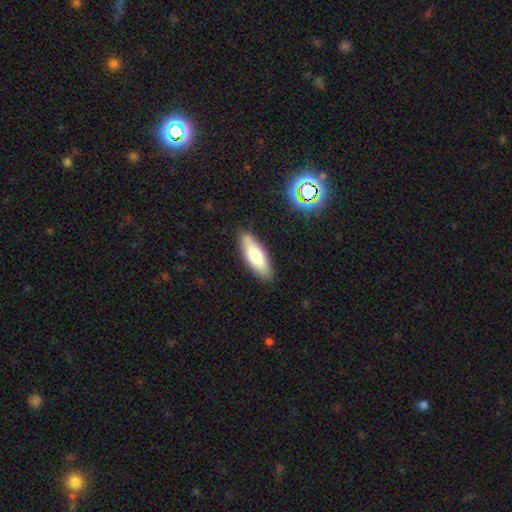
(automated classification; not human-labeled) A smooth galaxy with no disk features (73%) that is in between round and cigar-shaped (63%).

Vote fractions:
- Smooth or featured? smooth: 73% / featured or disk: 21% / star or artifact: 6%
- How rounded? in between: 63% / cigar-shaped: 35% / round: 2%
- Merging? none: 85% / minor disturbance: 11% / major disturbance: 2% / merger: 1%